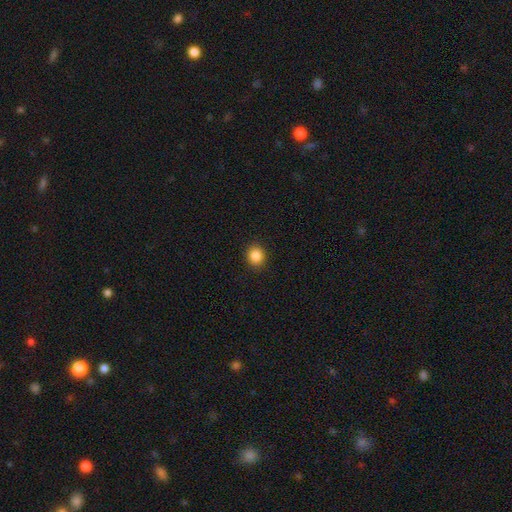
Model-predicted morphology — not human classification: Smooth or featured: smooth — 87% (star or artifact — 10%)
How rounded: round — 82% (in between — 17%)
Merging: none — 91% (minor disturbance — 6%)